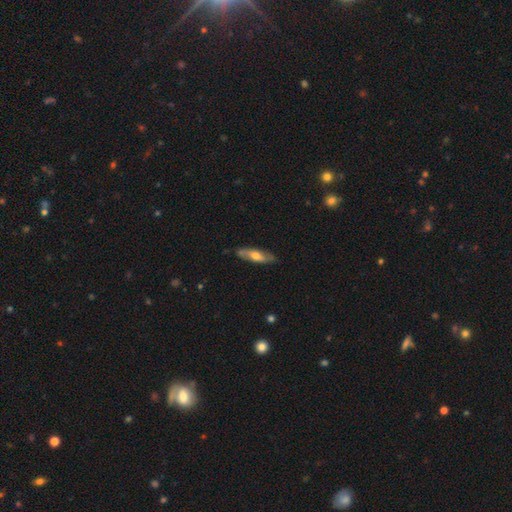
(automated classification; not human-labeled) Smooth or featured? smooth (49%)
Merging? none (82%)